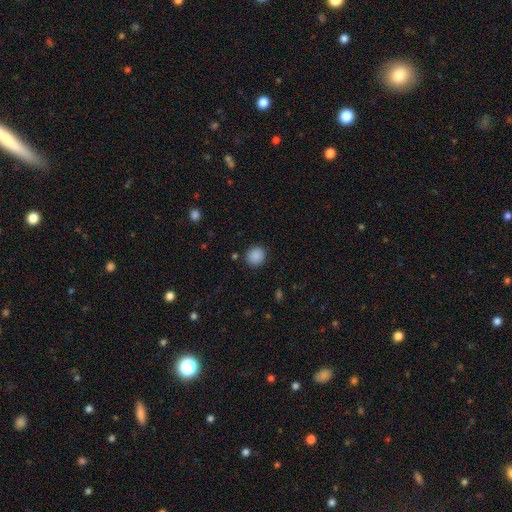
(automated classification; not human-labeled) The model was most divided on "how rounded": round: 87%, in between: 12%, cigar-shaped: 1%. More confident: merging — none (89%); smooth or featured — smooth (88%).